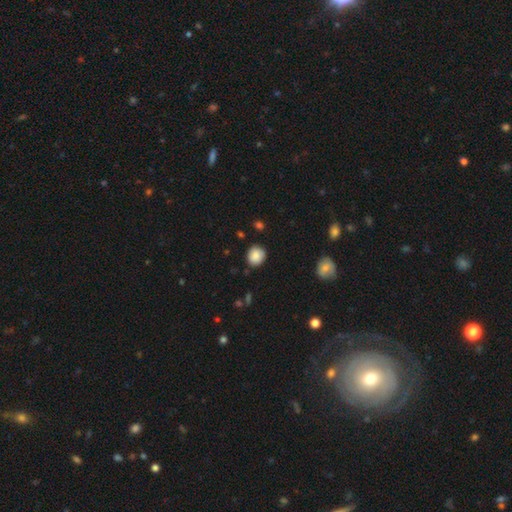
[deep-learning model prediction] Morphology: type=smooth (87%); roundness=round (84%); merging=none (83%).